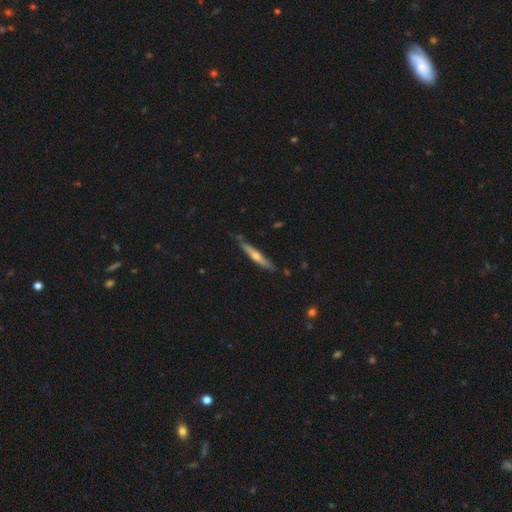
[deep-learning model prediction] Morphology: type=featured or disk (60%); edge-on=yes (95%); edge-on bulge=rounded (80%); merging=none (80%).